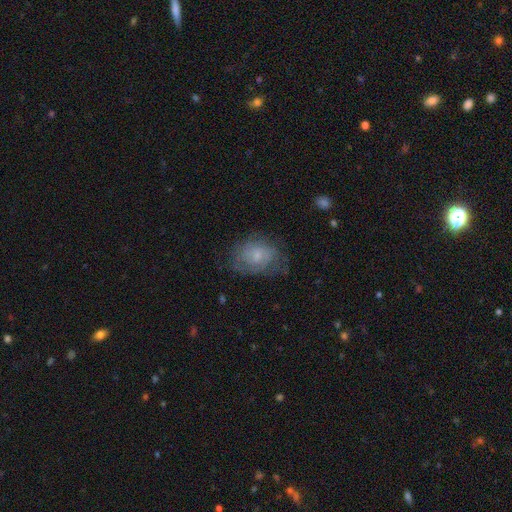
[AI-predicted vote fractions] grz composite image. It shows a featured or disk galaxy (58%) with no bar (67%), spiral arms (82%) and a small central bulge (58%). Merging: none (63%).